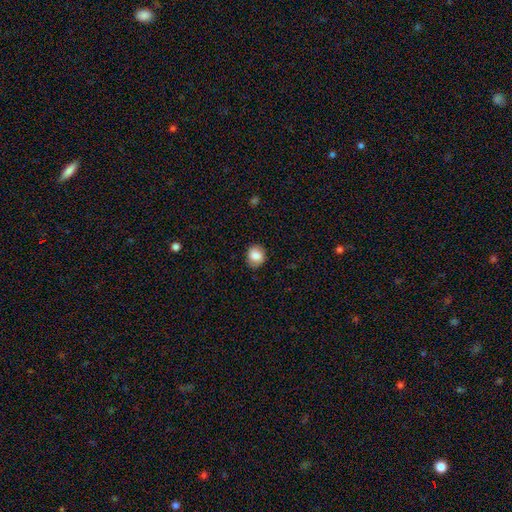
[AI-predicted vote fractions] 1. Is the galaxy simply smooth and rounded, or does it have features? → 84% smooth, 8% star or artifact, 8% featured or disk.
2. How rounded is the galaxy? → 73% round, 26% in between, 1% cigar-shaped.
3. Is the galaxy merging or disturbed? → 82% none, 14% minor disturbance, 3% major disturbance, 1% merger.